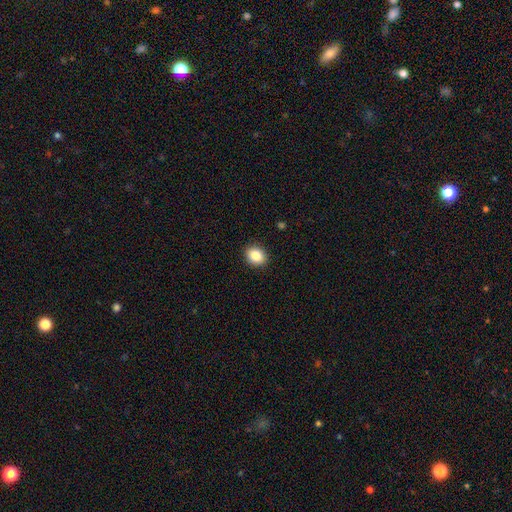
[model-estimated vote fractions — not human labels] Smooth or featured? smooth (87%)
How rounded? round (51%)
Merging? none (90%)